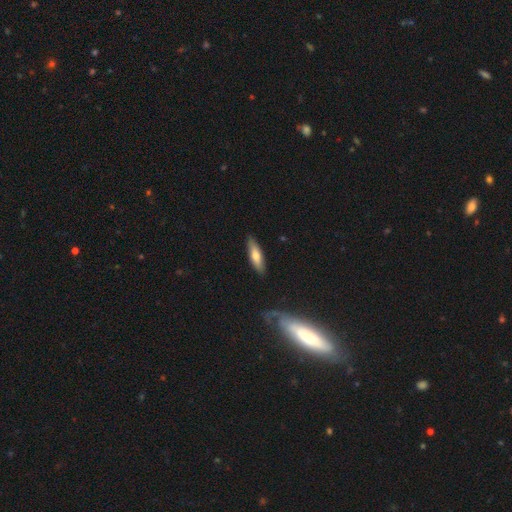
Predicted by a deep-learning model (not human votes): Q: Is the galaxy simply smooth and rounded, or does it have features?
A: smooth — 64%.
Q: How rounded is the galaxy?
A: cigar-shaped — 59%.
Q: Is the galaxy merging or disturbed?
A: none — 84%.